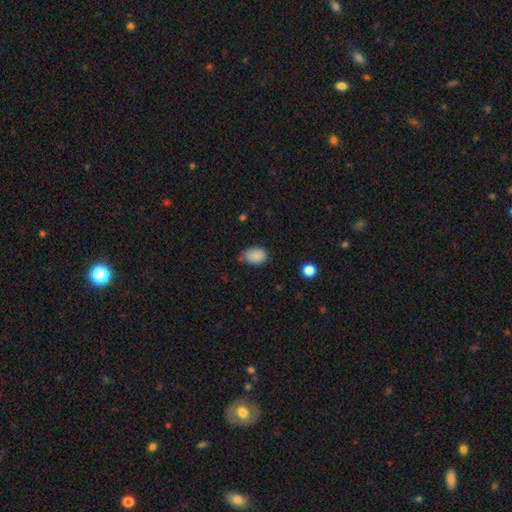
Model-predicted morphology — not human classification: This appears to be a smooth galaxy with no disk features (87%) that is in between round and cigar-shaped (78%). Merging: none (64%).